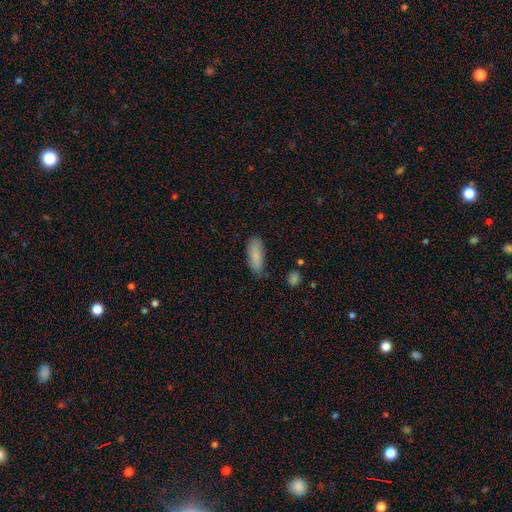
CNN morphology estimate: type=smooth (86%); roundness=in between (73%); merging=none (70%).